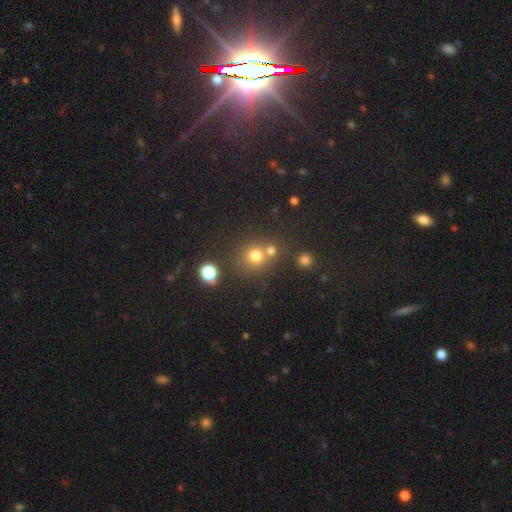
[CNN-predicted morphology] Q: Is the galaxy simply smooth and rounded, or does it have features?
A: smooth — 72%.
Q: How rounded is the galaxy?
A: round — 88%.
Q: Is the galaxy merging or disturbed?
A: none — 60%.